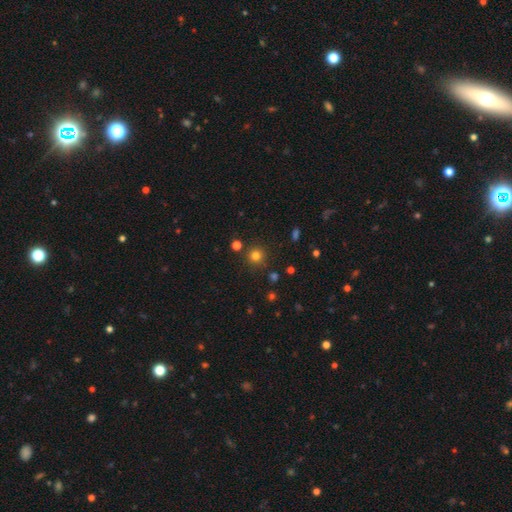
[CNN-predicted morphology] This is likely a smooth galaxy (77%). How rounded: clearly round (95%). Merging: clearly none (86%).